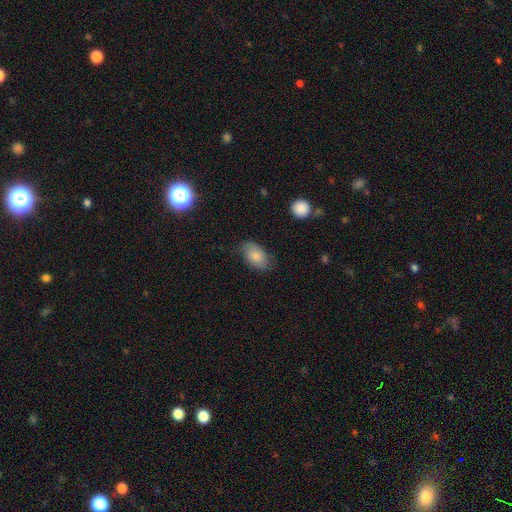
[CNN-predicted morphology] Q: Smooth or featured?
A: smooth (81%); runner-up: featured or disk (12%)
Q: How rounded?
A: in between (92%); runner-up: round (6%)
Q: Merging?
A: none (74%); runner-up: minor disturbance (19%)